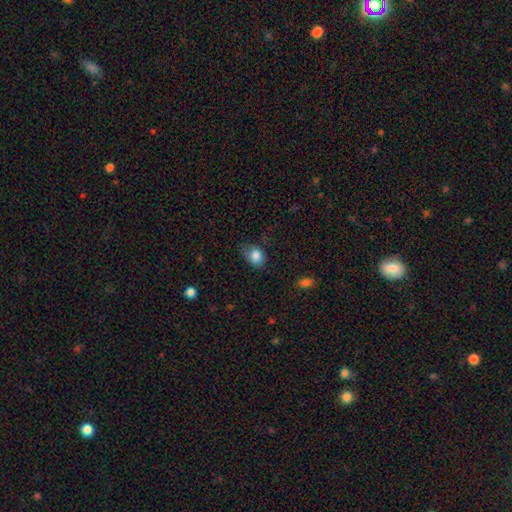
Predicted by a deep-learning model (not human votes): smooth 84%, star or artifact 9%, featured or disk 7%. Down the decision tree: how rounded — in between (59%); merging — none (59%).